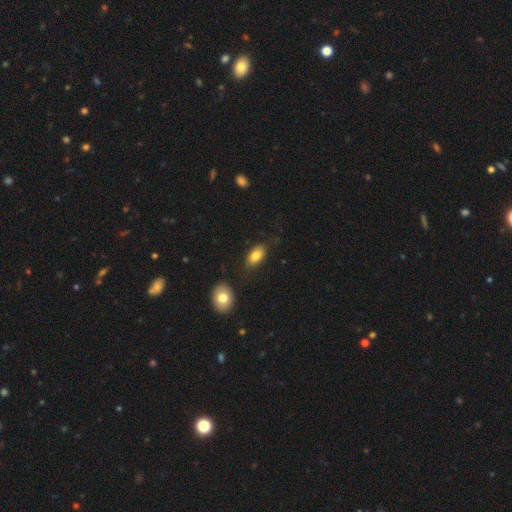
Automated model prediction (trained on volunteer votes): A smooth galaxy with no disk features (80%) that is in between round and cigar-shaped (90%). Merging: none (70%).